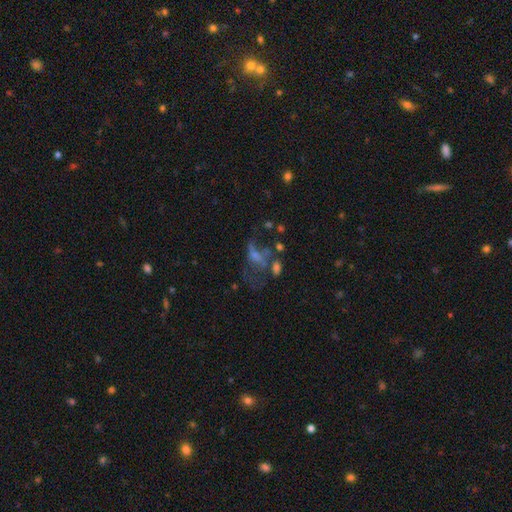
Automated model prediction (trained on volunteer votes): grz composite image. It shows a featured or disk galaxy (50%). Merging: major disturbance (42%).